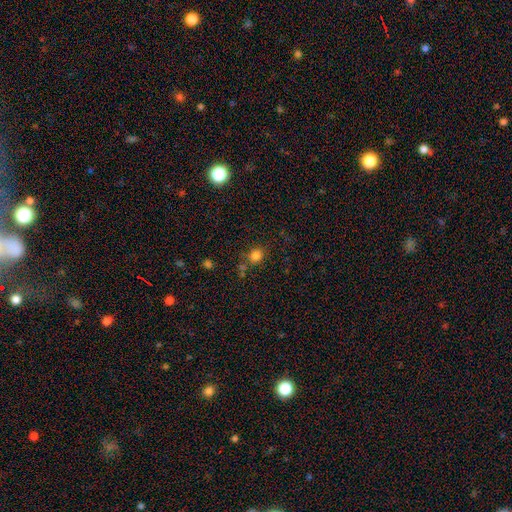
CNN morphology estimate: Smooth or featured? smooth (81%)
How rounded? round (79%)
Merging? none (75%)